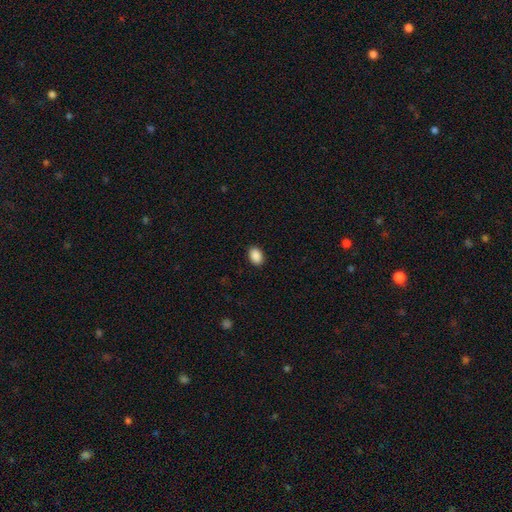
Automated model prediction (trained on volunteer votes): Q: Smooth or featured?
A: smooth (90%); runner-up: star or artifact (8%)
Q: How rounded?
A: in between (79%); runner-up: round (20%)
Q: Merging?
A: none (90%); runner-up: minor disturbance (7%)